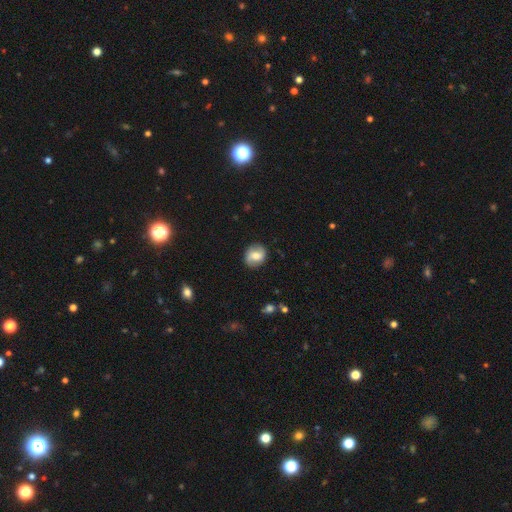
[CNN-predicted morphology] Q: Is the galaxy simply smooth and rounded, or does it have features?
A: smooth — 57%.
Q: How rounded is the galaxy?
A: round — 67%.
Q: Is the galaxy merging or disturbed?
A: none — 86%.